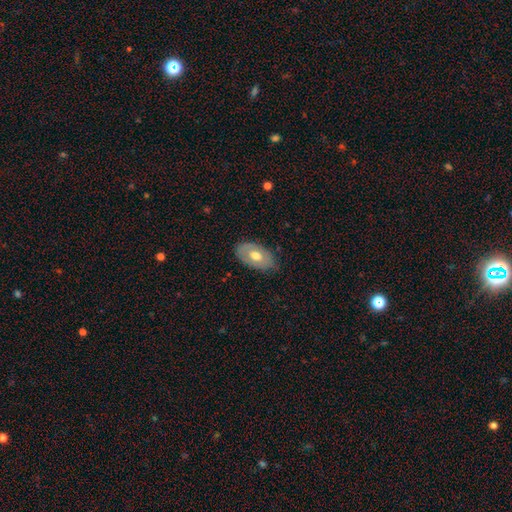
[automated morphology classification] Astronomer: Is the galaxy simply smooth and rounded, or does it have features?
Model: smooth — 55% (runner-up: featured or disk, 39%).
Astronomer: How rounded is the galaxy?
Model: in between — 92%.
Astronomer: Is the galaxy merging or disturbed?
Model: none — 77%.